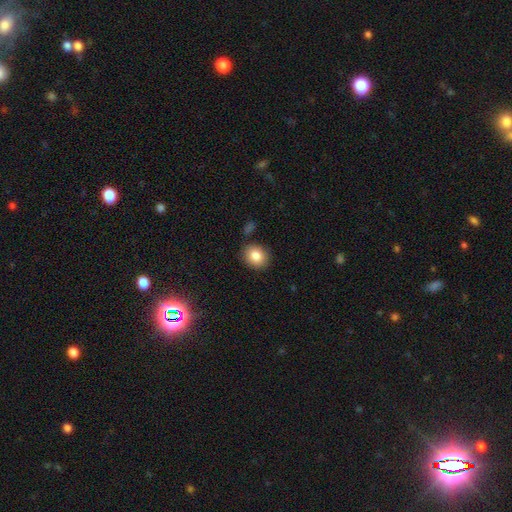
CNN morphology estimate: Smooth or featured? smooth (85%)
How rounded? round (62%)
Merging? none (84%)